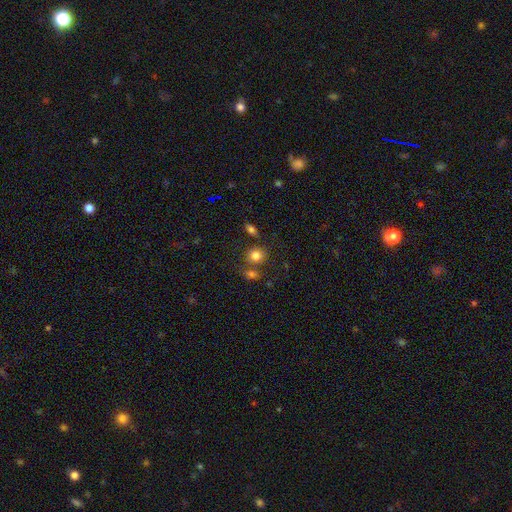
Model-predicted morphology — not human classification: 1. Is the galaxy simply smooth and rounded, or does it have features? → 81% smooth, 11% star or artifact, 8% featured or disk.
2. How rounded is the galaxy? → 74% round, 25% in between, 1% cigar-shaped.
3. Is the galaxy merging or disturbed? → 65% none, 20% merger, 12% minor disturbance, 4% major disturbance.